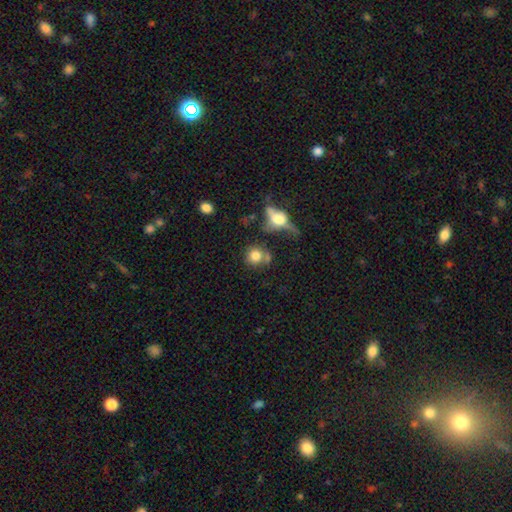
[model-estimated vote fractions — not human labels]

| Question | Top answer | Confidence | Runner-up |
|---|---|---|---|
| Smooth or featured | smooth | 77% | featured or disk (12%) |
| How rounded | round | 85% | in between (13%) |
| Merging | none | 58% | merger (20%) |